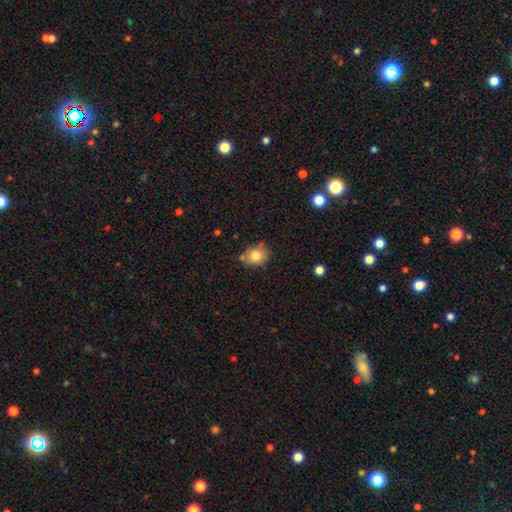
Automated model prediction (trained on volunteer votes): Q: Smooth or featured?
A: smooth (79%); runner-up: featured or disk (11%)
Q: How rounded?
A: round (60%); runner-up: in between (39%)
Q: Merging?
A: none (71%); runner-up: minor disturbance (19%)